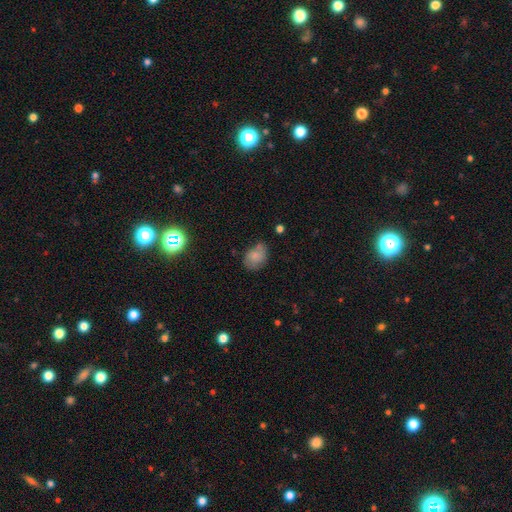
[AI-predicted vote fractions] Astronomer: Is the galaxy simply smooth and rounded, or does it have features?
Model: smooth — 69%.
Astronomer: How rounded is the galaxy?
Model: in between — 70%.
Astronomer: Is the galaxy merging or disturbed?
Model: none — 54%.